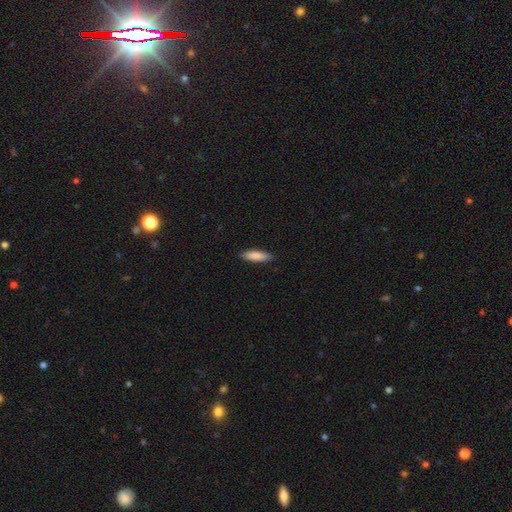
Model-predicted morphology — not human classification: Q: Smooth or featured?
A: smooth (85%); runner-up: featured or disk (10%)
Q: How rounded?
A: cigar-shaped (63%); runner-up: in between (36%)
Q: Merging?
A: none (88%); runner-up: minor disturbance (10%)